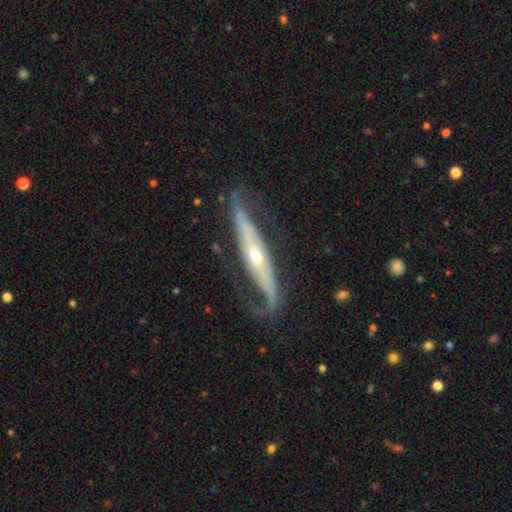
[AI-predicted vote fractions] Q: Smooth or featured?
A: featured or disk (83%); runner-up: smooth (11%)
Q: Edge-on disk?
A: no (55%); runner-up: yes (45%)
Q: Merging?
A: none (63%); runner-up: minor disturbance (20%)